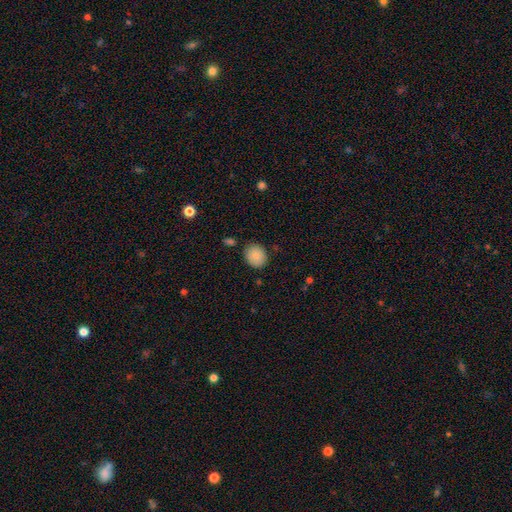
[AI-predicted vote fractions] Q: Smooth or featured?
A: smooth (84%); runner-up: star or artifact (8%)
Q: How rounded?
A: round (68%); runner-up: in between (31%)
Q: Merging?
A: none (84%); runner-up: minor disturbance (11%)